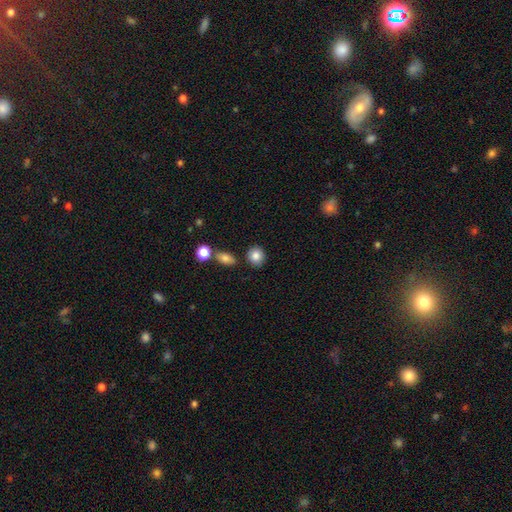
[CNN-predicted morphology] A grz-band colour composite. It shows a smooth galaxy with no disk features (85%) that is round (78%). Merging: none (82%).